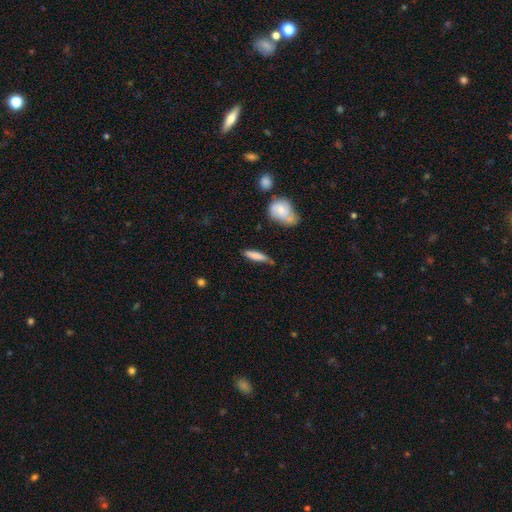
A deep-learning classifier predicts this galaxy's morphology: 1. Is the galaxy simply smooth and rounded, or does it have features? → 76% smooth, 18% featured or disk, 6% star or artifact.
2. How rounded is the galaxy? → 77% cigar-shaped, 21% in between, 2% round.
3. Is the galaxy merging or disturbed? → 63% none, 25% minor disturbance, 6% major disturbance, 5% merger.